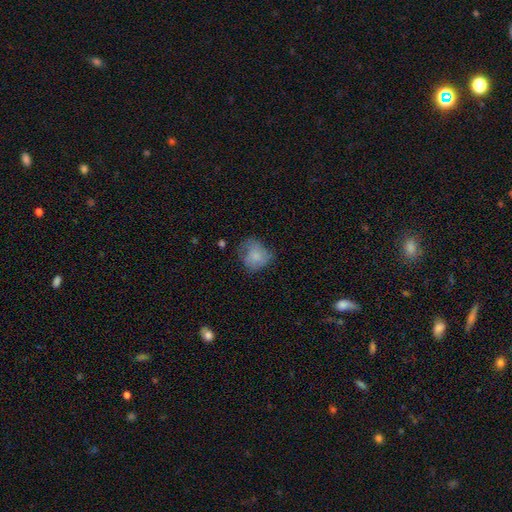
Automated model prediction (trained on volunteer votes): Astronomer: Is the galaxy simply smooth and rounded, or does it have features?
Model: smooth — 69%.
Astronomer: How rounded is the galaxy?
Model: round — 66%.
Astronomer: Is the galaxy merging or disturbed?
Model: none — 45% (runner-up: minor disturbance, 33%).